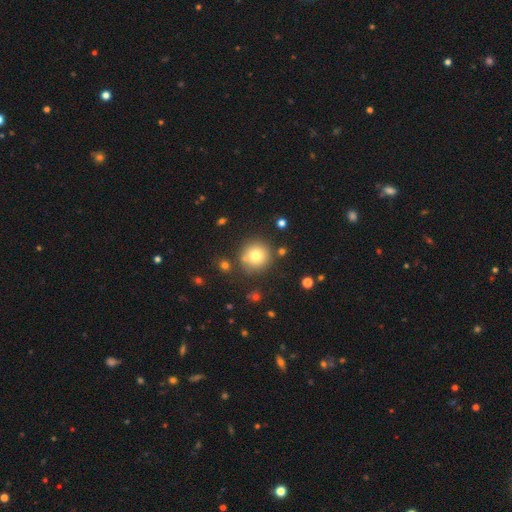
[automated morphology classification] This appears to be a smooth galaxy with no disk features (76%) that is round (94%). Merging: none (82%).